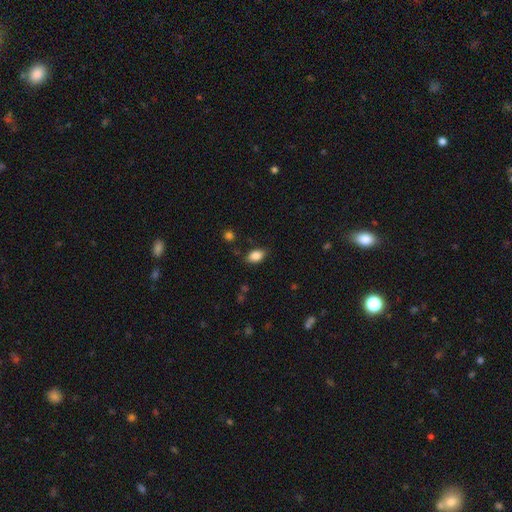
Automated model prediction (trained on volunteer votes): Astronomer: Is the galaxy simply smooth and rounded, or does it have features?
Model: smooth — 87%.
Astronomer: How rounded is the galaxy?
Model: in between — 88%.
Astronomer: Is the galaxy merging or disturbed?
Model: none — 83%.